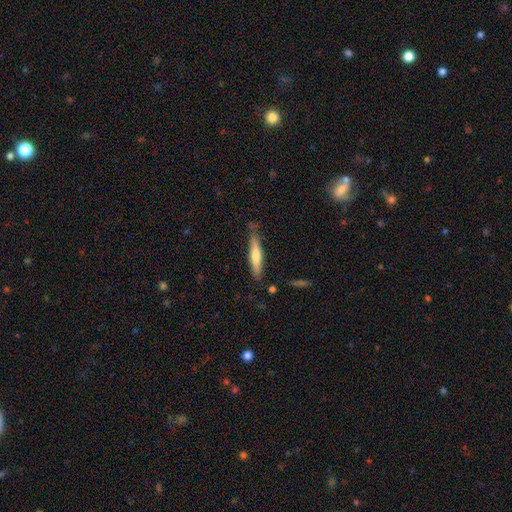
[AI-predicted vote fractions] Q: Smooth or featured?
A: smooth (63%); runner-up: featured or disk (31%)
Q: How rounded?
A: cigar-shaped (88%); runner-up: in between (11%)
Q: Merging?
A: none (77%); runner-up: minor disturbance (16%)